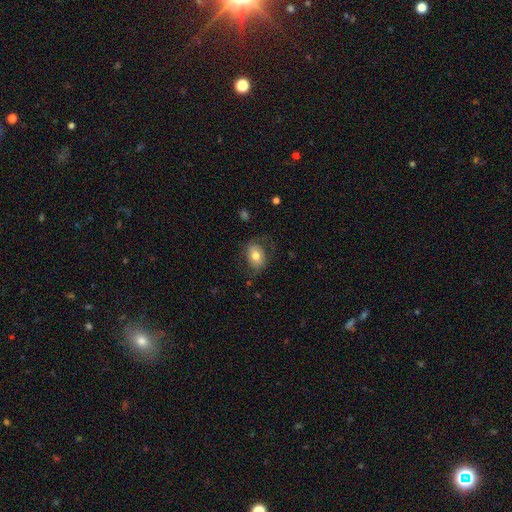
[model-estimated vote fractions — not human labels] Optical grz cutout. It shows a smooth galaxy with no disk features (69%) that is in between round and cigar-shaped (73%). Merging: none (66%).